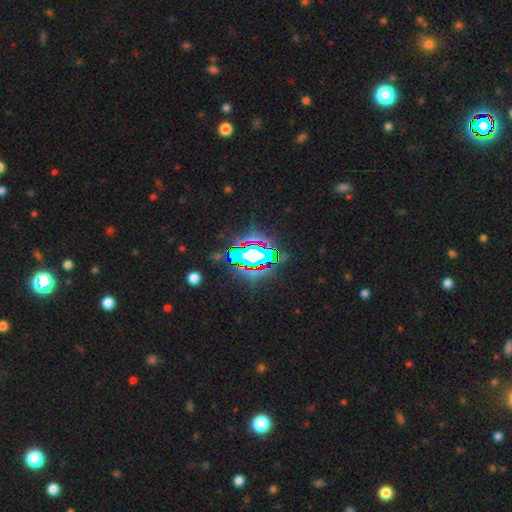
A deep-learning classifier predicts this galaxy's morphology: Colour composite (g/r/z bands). It shows a star or artifact, not a galaxy (72%).